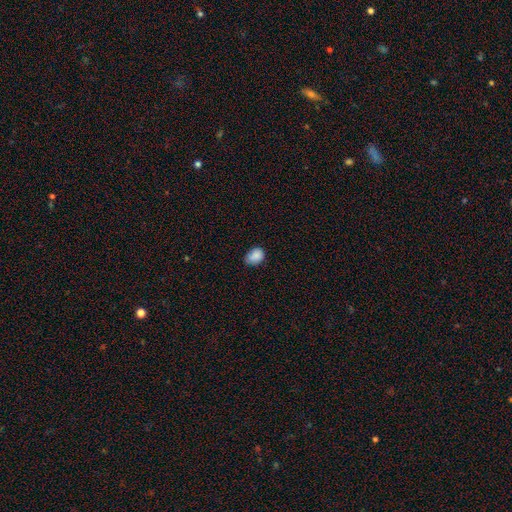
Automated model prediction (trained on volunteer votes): A smooth galaxy with no disk features (87%) that is in between round and cigar-shaped (66%).

Vote fractions:
- Smooth or featured? smooth: 87% / star or artifact: 8% / featured or disk: 5%
- How rounded? in between: 66% / round: 33% / cigar-shaped: 1%
- Merging? none: 61% / minor disturbance: 33% / major disturbance: 5% / merger: 2%